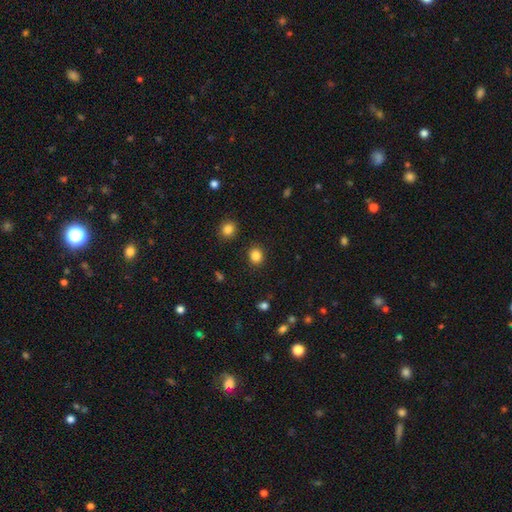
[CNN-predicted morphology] smooth-or-featured: smooth: 85% | star or artifact: 11% | featured or disk: 4%
  how-rounded: round: 76% | in between: 23% | cigar-shaped: 1%
  merging: none: 90% | minor disturbance: 6% | major disturbance: 2% | merger: 2%